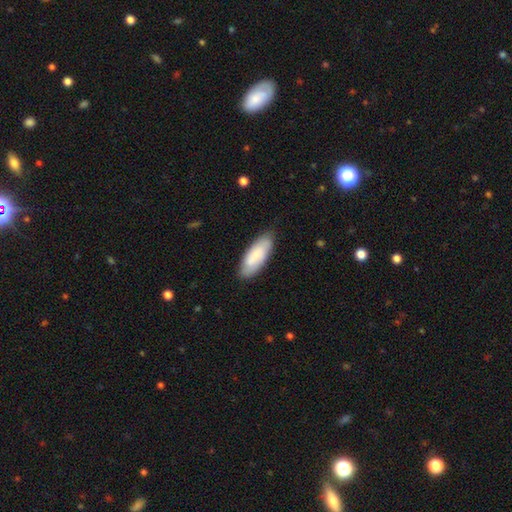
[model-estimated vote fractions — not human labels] Smooth or featured?
  - smooth: 77% *
  - featured or disk: 17%
  - star or artifact: 6%
How rounded?
  - in between: 73% *
  - cigar-shaped: 25%
  - round: 2%
Merging?
  - none: 82% *
  - minor disturbance: 14%
  - major disturbance: 3%
  - merger: 1%